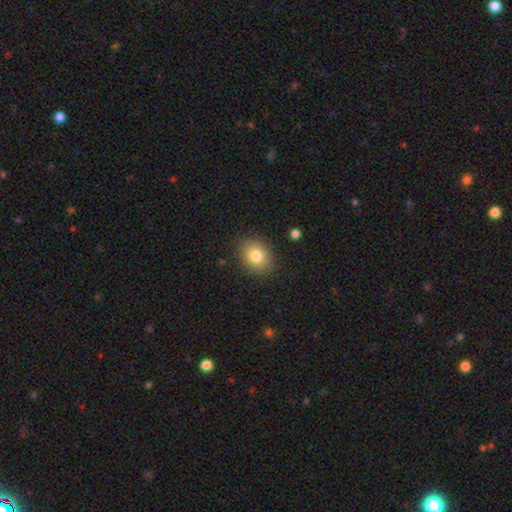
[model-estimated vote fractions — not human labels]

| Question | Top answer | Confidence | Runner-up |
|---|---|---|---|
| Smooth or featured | smooth | 81% | star or artifact (10%) |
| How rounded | in between | 52% | round (47%) |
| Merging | none | 87% | minor disturbance (9%) |